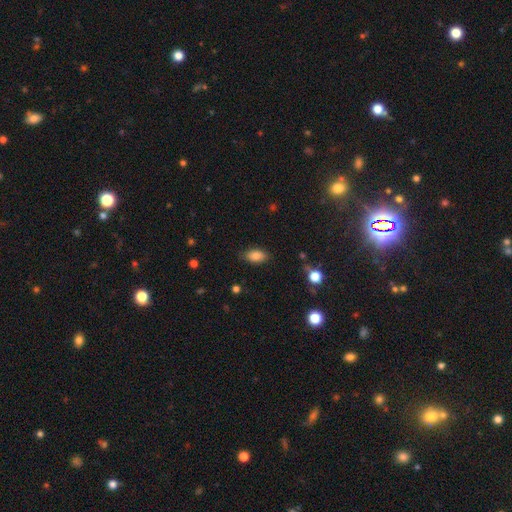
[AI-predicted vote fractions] The model was most divided on "merging": none: 82%, minor disturbance: 13%, major disturbance: 3%, merger: 1%. More confident: how rounded — in between (90%); smooth or featured — smooth (84%).